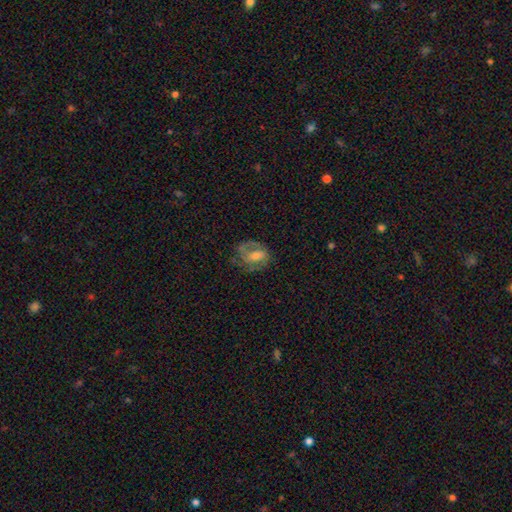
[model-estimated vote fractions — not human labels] This appears to be a featured or disk galaxy (62%) with a weak bar (42%), spiral arms (71%) and a moderate central bulge (52%). Merging: none (56%).